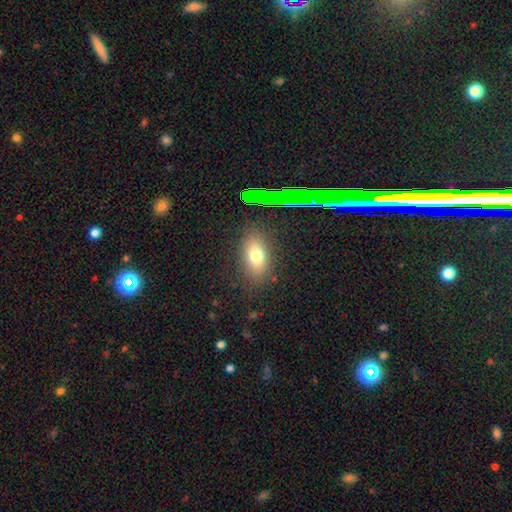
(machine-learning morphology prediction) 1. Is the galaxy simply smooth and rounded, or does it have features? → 72% smooth, 14% featured or disk, 13% star or artifact.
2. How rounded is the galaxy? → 83% in between, 11% round, 6% cigar-shaped.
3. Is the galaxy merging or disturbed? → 84% none, 10% minor disturbance, 4% major disturbance, 2% merger.